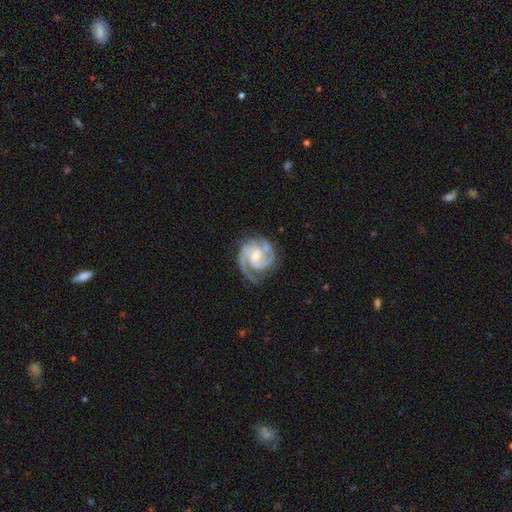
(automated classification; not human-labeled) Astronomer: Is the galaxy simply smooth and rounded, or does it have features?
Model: featured or disk — 91%.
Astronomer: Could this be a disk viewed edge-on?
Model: no — 98%.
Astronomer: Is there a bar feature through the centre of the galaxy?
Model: weak — 50% (runner-up: no, 34%).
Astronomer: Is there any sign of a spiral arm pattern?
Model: yes — 98%.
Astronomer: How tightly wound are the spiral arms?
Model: tight — 51% (runner-up: medium, 43%).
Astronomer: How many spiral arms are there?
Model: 2 — 62%.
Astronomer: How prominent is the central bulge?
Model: moderate — 40% (runner-up: small, 39%).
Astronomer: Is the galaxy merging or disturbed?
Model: none — 70%.